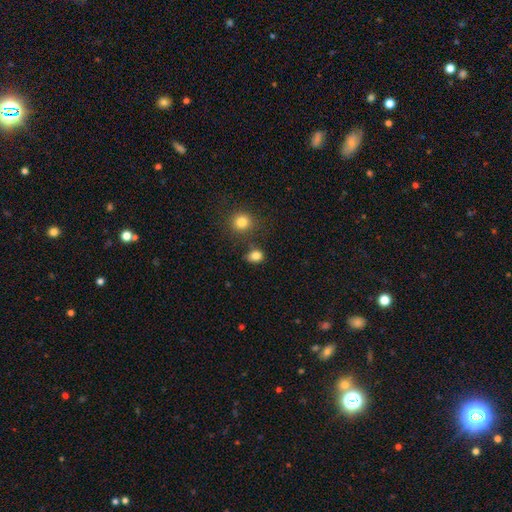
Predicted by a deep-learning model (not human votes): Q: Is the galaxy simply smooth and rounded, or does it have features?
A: smooth — 83%.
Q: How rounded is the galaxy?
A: in between — 52%.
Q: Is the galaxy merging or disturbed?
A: none — 71%.